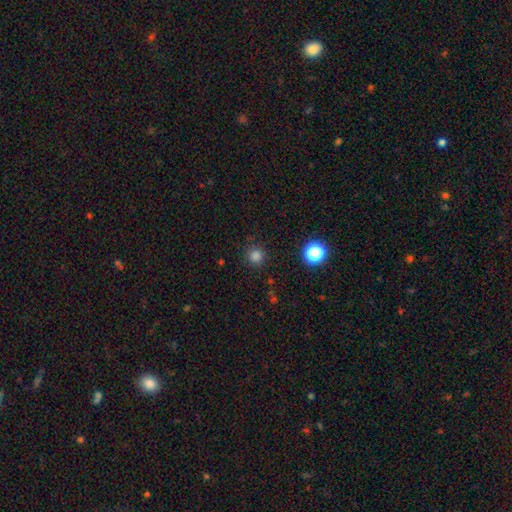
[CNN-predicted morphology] Overall: smooth (80%). How rounded: round (94%). Merging: none (88%).